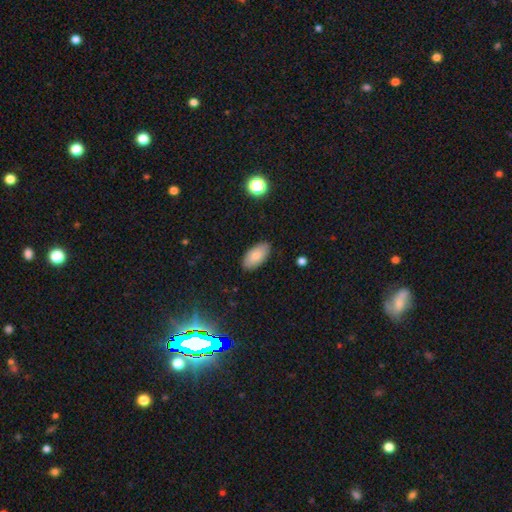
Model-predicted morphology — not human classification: smooth_or_featured: smooth (p=0.82) [alt: featured or disk p=0.10]
how_rounded: in between (p=0.94) [alt: cigar-shaped p=0.03]
merging: none (p=0.87) [alt: minor disturbance p=0.10]